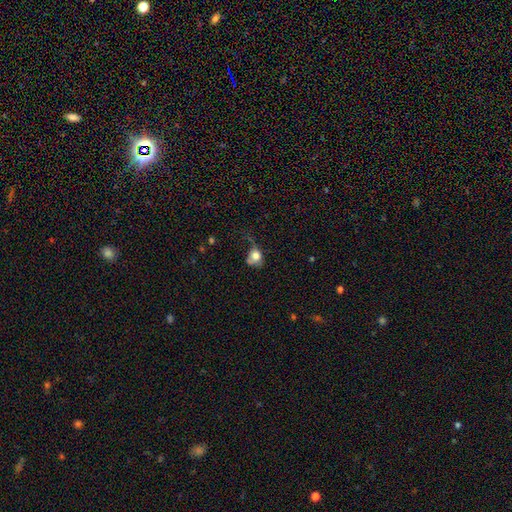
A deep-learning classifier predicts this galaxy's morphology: Smooth or featured: smooth — 73% (featured or disk — 17%)
How rounded: round — 61% (in between — 38%)
Merging: major disturbance — 37% (minor disturbance — 29%)